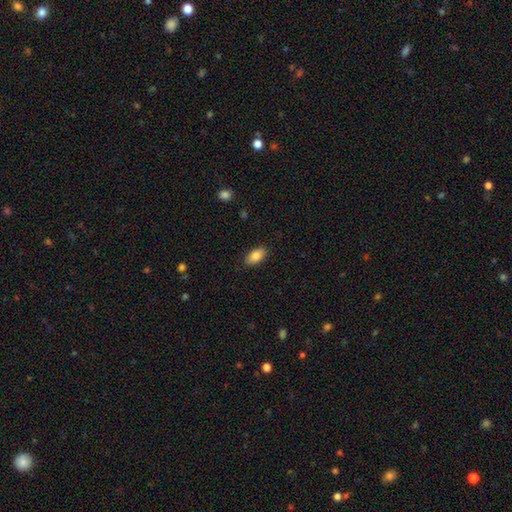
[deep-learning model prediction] smooth-or-featured: smooth: 84% | featured or disk: 8% | star or artifact: 7%
  how-rounded: in between: 92% | cigar-shaped: 5% | round: 4%
  merging: none: 87% | minor disturbance: 10% | major disturbance: 2% | merger: 1%